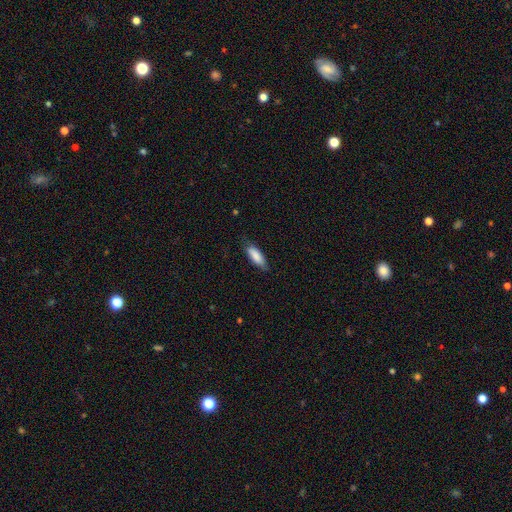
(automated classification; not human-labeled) Q: Smooth or featured?
A: smooth (84%); runner-up: featured or disk (11%)
Q: How rounded?
A: in between (61%); runner-up: cigar-shaped (37%)
Q: Merging?
A: none (73%); runner-up: minor disturbance (22%)